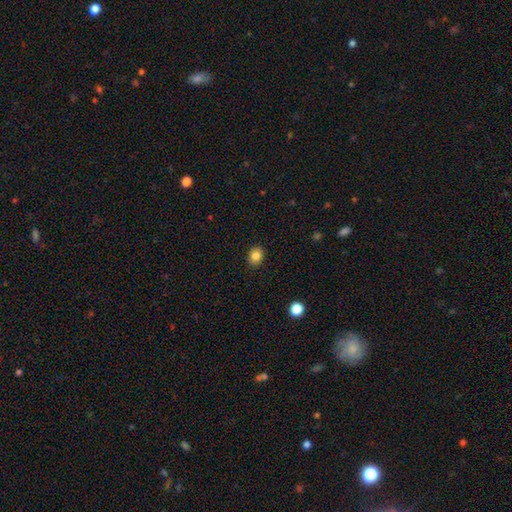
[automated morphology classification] smooth 85%, star or artifact 11%, featured or disk 5%. Down the decision tree: how rounded — round (52%); merging — none (90%).